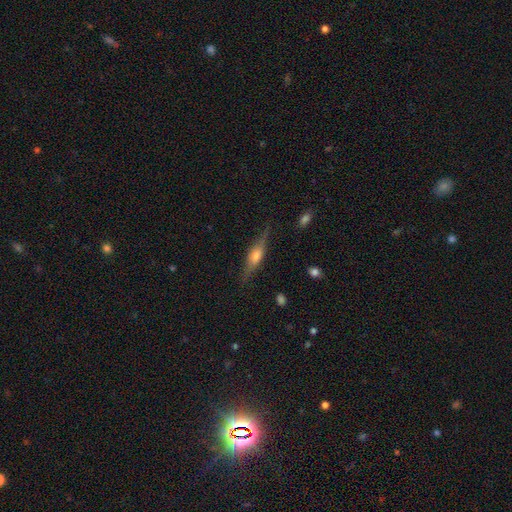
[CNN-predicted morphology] Q: Smooth or featured?
A: featured or disk (66%); runner-up: smooth (27%)
Q: Edge-on disk?
A: yes (95%); runner-up: no (5%)
Q: Edge-on bulge?
A: rounded (81%); runner-up: boxy (14%)
Q: Merging?
A: none (81%); runner-up: minor disturbance (14%)